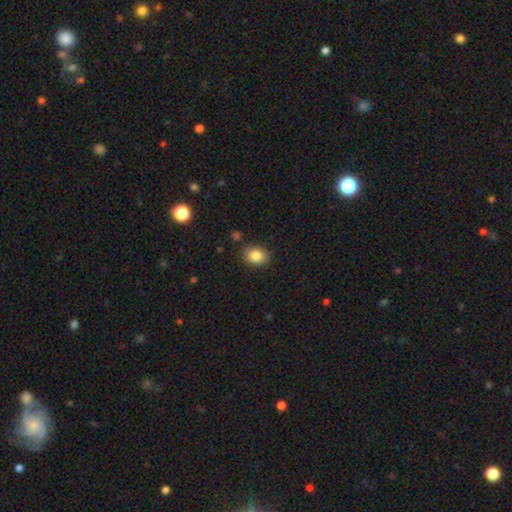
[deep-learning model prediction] A smooth galaxy with no disk features (84%) that is in between round and cigar-shaped (62%). Merging: none (86%).